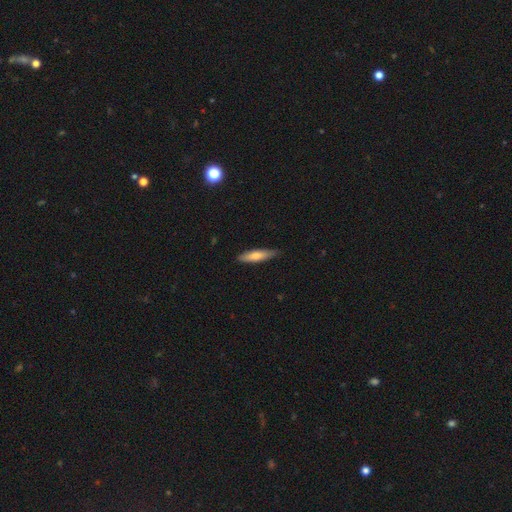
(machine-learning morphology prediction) smooth_or_featured: smooth (p=0.67) [alt: featured or disk p=0.27]
how_rounded: cigar-shaped (p=0.77) [alt: in between p=0.22]
merging: none (p=0.83) [alt: minor disturbance p=0.14]